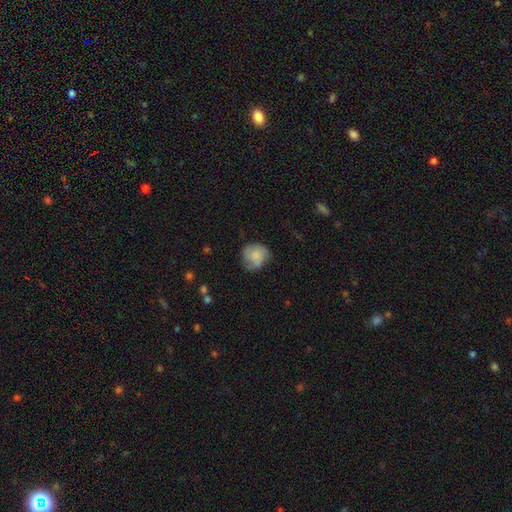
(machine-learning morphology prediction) The model was most divided on "merging": none: 58%, minor disturbance: 28%, major disturbance: 12%, merger: 2%. More confident: how rounded — round (78%); smooth or featured — smooth (63%).